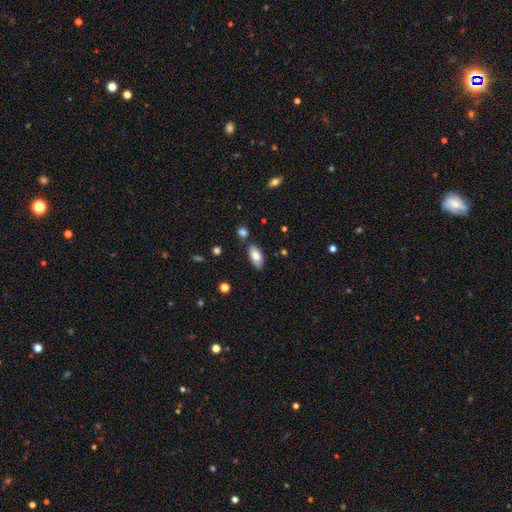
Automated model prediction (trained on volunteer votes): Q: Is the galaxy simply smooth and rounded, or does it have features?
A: smooth — 78%.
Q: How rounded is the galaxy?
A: in between — 92%.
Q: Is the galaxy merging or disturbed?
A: none — 78%.